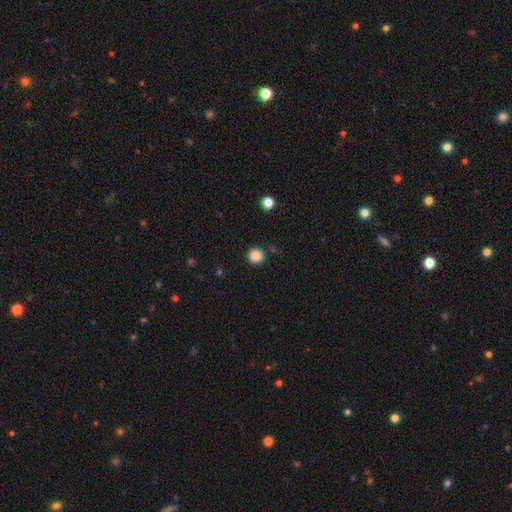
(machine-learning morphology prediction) smooth-or-featured: smooth: 87% | star or artifact: 11% | featured or disk: 3%
  how-rounded: round: 95% | in between: 4% | cigar-shaped: 1%
  merging: none: 90% | minor disturbance: 6% | major disturbance: 2% | merger: 2%